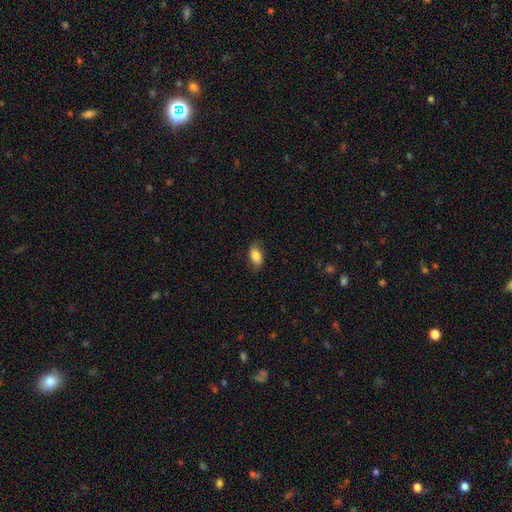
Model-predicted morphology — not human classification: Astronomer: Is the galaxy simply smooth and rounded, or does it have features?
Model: smooth — 82%.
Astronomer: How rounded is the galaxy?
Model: in between — 88%.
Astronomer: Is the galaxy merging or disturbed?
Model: none — 79%.